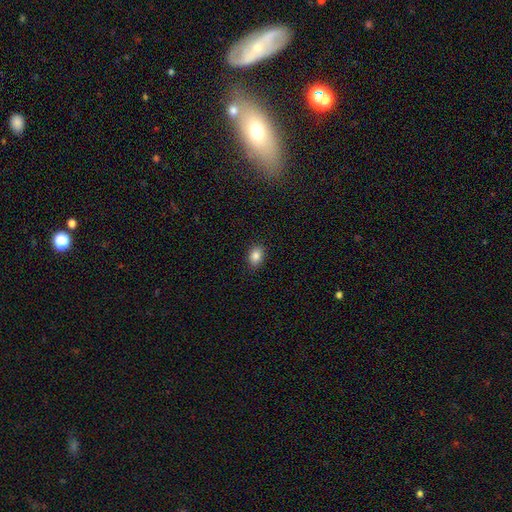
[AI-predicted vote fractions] This appears to be a smooth galaxy with no disk features (85%) that is in between round and cigar-shaped (74%). Merging: none (88%).